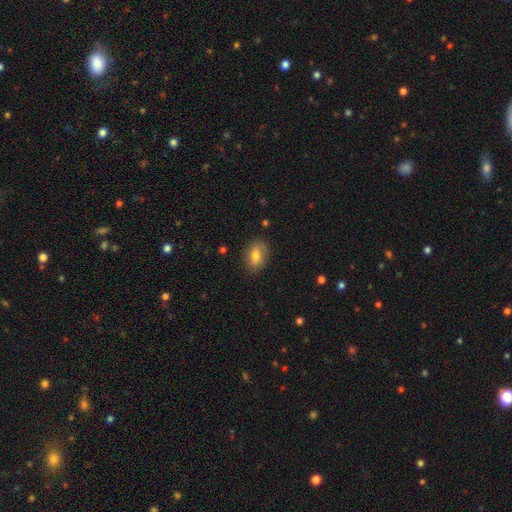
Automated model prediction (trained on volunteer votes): A smooth galaxy with no disk features (73%) that is in between round and cigar-shaped (81%).

Vote fractions:
- Smooth or featured? smooth: 73% / featured or disk: 18% / star or artifact: 8%
- How rounded? in between: 81% / round: 17% / cigar-shaped: 2%
- Merging? none: 82% / minor disturbance: 14% / major disturbance: 3% / merger: 1%